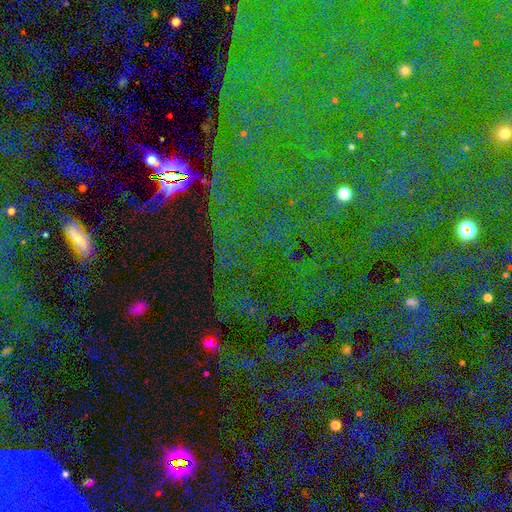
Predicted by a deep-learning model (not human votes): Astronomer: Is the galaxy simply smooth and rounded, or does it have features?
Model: star or artifact — 80%.